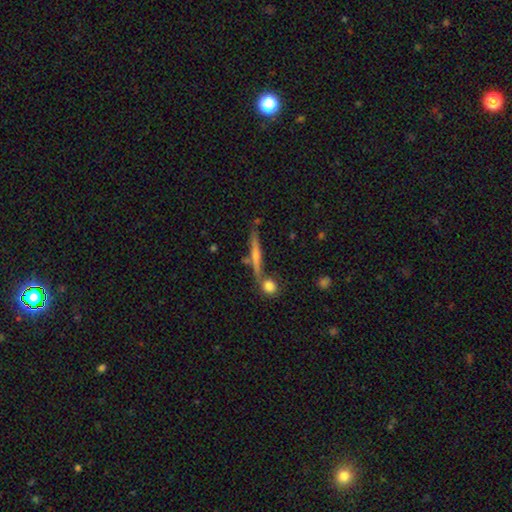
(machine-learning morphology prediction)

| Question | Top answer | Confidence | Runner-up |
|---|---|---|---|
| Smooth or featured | smooth | 46% | tied: featured or disk (46%) |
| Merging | none | 69% | merger (14%) |